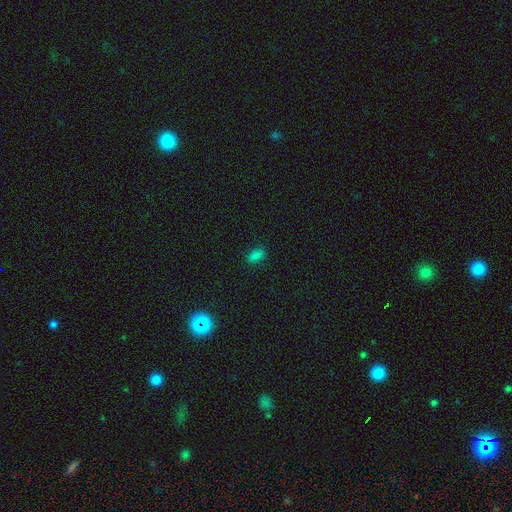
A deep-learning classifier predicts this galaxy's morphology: Q: Smooth or featured?
A: smooth (79%); runner-up: star or artifact (16%)
Q: How rounded?
A: in between (90%); runner-up: round (6%)
Q: Merging?
A: none (83%); runner-up: minor disturbance (13%)